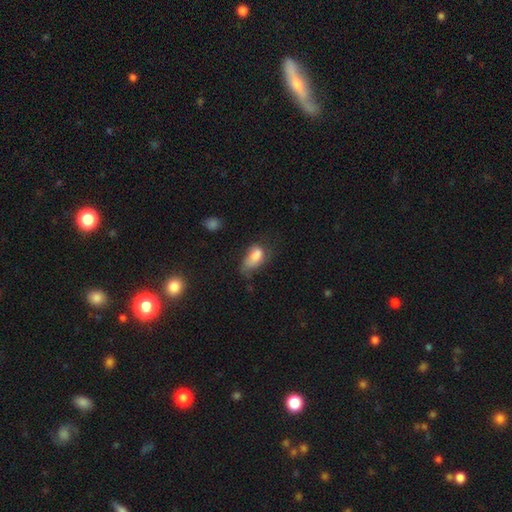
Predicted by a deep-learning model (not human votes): Overall: smooth (76%). How rounded: in between (89%). Merging: minor disturbance (35%; major disturbance 30%).